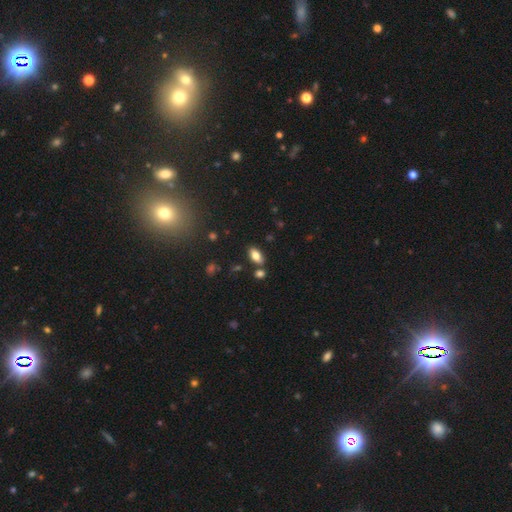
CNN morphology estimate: smooth_or_featured: smooth (p=0.77) [alt: featured or disk p=0.14]
how_rounded: in between (p=0.90) [alt: cigar-shaped p=0.06]
merging: none (p=0.77) [alt: minor disturbance p=0.11]